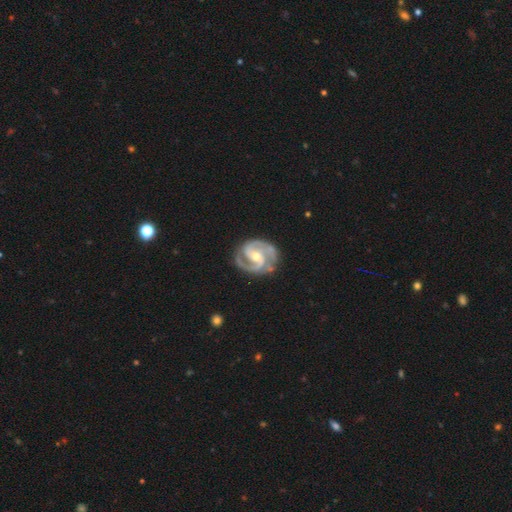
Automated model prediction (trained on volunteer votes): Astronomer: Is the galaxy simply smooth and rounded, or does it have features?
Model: featured or disk — 93%.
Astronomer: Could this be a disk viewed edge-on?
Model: no — 98%.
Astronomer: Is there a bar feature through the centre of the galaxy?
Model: weak — 40% (runner-up: no, 38%).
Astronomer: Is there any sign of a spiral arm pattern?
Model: yes — 99%.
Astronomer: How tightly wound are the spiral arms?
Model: medium — 48% (runner-up: tight, 46%).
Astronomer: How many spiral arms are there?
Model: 2 — 75%.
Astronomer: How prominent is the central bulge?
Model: moderate — 58% (runner-up: small, 38%).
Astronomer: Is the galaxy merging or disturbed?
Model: none — 79%.